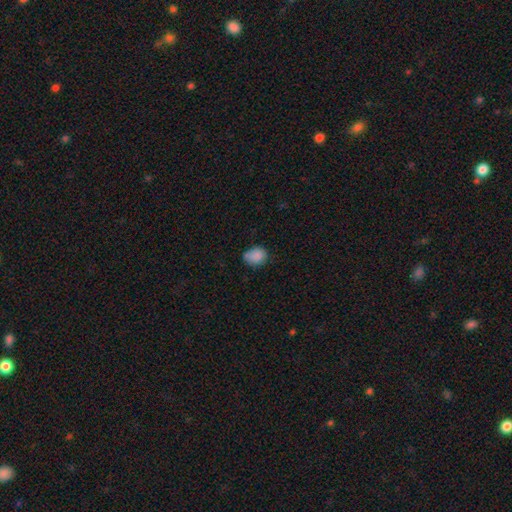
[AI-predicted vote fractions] smooth 85%, star or artifact 9%, featured or disk 5%. Down the decision tree: how rounded — in between (51%); merging — none (60%).